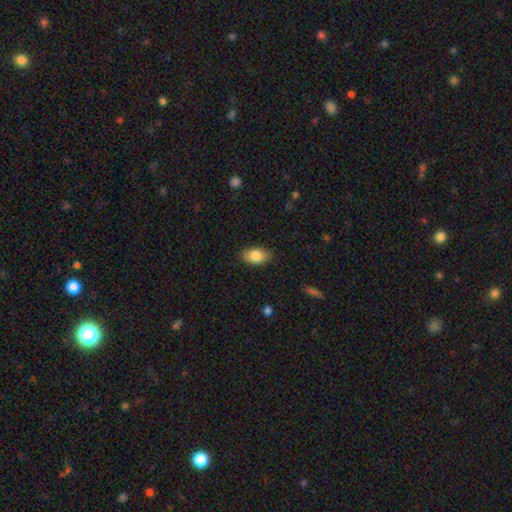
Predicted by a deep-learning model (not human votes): A smooth galaxy with no disk features (85%) that is in between round and cigar-shaped (92%). Merging: none (86%).